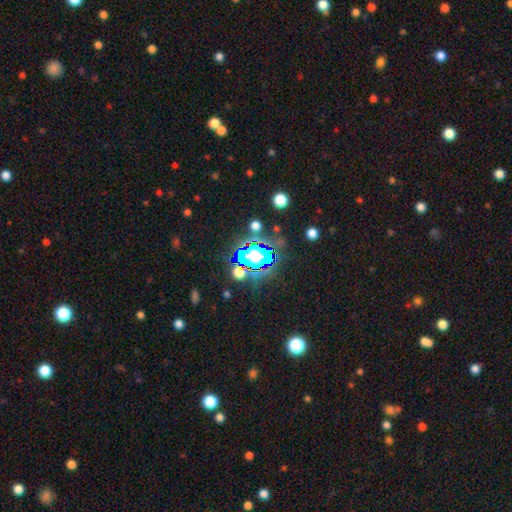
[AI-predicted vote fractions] Smooth or featured: star or artifact — 52% (smooth — 32%)